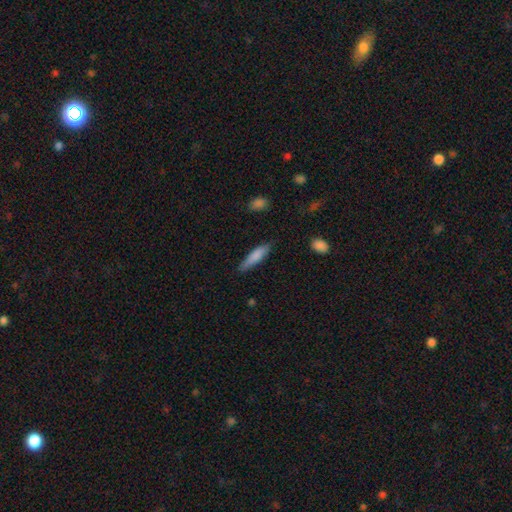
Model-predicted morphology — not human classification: Overall: smooth (79%). How rounded: cigar-shaped (77%). Merging: none (78%).